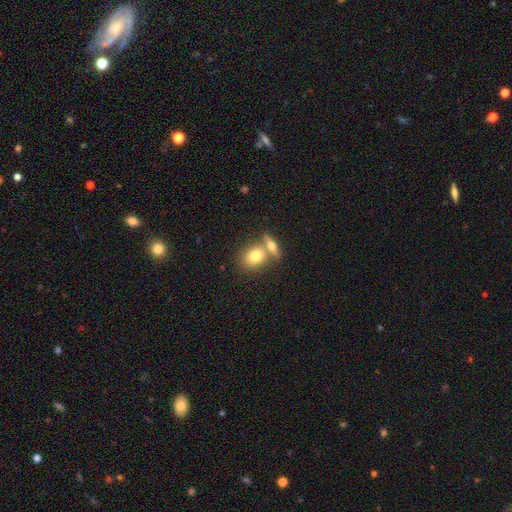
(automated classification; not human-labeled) A smooth galaxy with no disk features (74%) that is in between round and cigar-shaped (61%). Merging: none (44%, tied with merger).